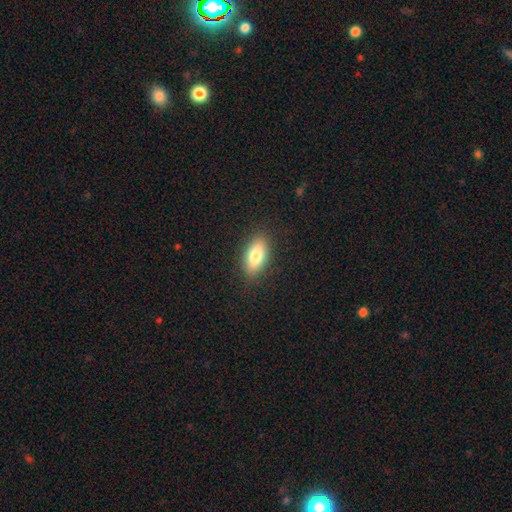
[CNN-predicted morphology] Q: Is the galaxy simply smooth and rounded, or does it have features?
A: smooth — 81%.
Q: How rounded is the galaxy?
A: in between — 88%.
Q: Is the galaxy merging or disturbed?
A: none — 88%.